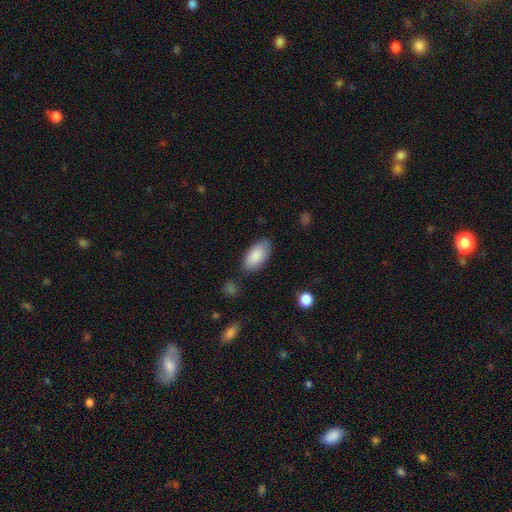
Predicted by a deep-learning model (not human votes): This is clearly a smooth galaxy (87%). How rounded: clearly in between (94%). Merging: likely none (77%).